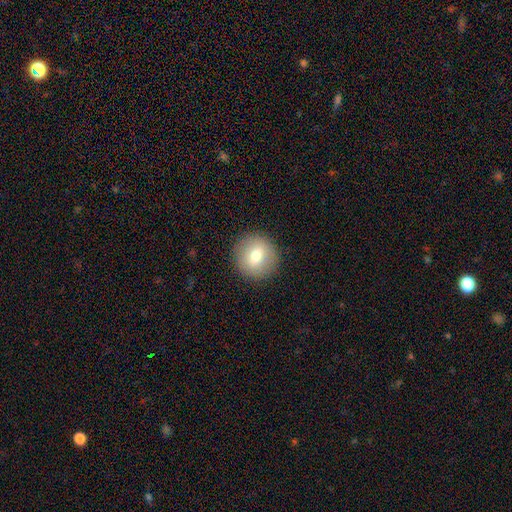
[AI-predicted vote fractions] smooth_or_featured: smooth (p=0.70) [alt: featured or disk p=0.20]
how_rounded: round (p=0.93) [alt: in between p=0.06]
merging: none (p=0.90) [alt: minor disturbance p=0.07]